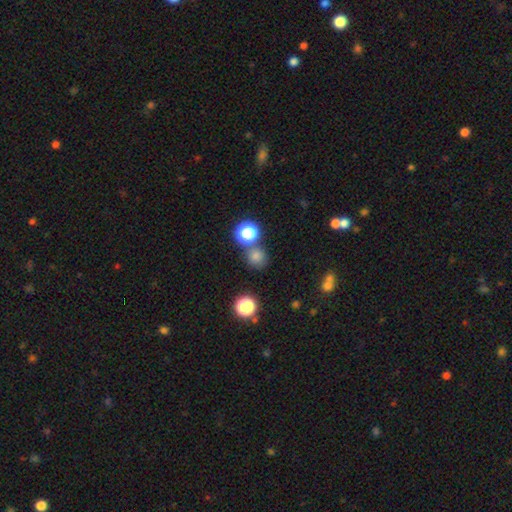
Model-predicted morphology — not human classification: smooth_or_featured: smooth (p=0.69) [alt: star or artifact p=0.25]
how_rounded: round (p=0.87) [alt: in between p=0.12]
merging: none (p=0.75) [alt: merger p=0.14]